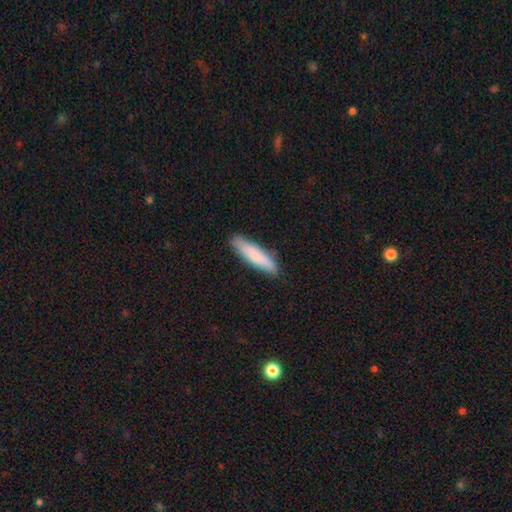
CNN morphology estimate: Overall: smooth (81%). How rounded: cigar-shaped (79%). Merging: none (85%).